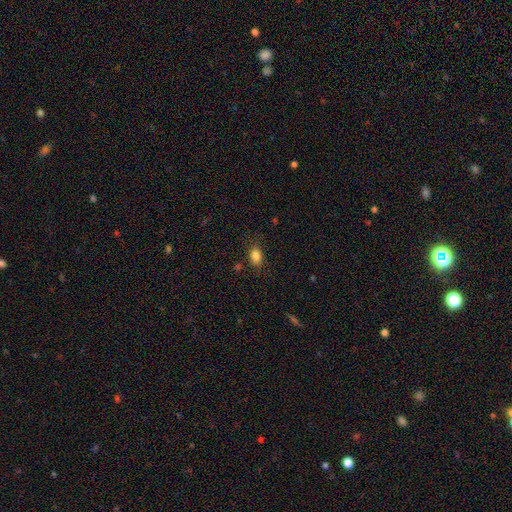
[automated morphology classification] smooth_or_featured: smooth (p=0.84) [alt: star or artifact p=0.10]
how_rounded: in between (p=0.81) [alt: round p=0.17]
merging: none (p=0.82) [alt: minor disturbance p=0.13]